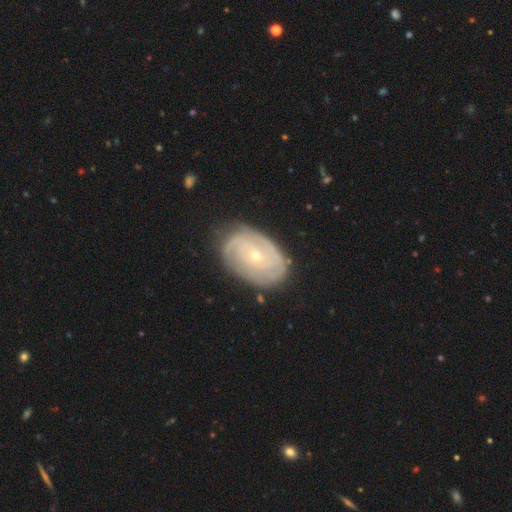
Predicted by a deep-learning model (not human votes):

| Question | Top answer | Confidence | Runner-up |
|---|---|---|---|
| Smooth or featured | featured or disk | 80% | smooth (14%) |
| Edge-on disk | no | 96% | yes (4%) |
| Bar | no | 74% | weak (21%) |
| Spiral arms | yes | 90% | no (10%) |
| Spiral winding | tight | 75% | medium (20%) |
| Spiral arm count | can't tell | 39% | 2 (28%) |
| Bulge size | small | 71% | moderate (27%) |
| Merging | none | 76% | minor disturbance (18%) |